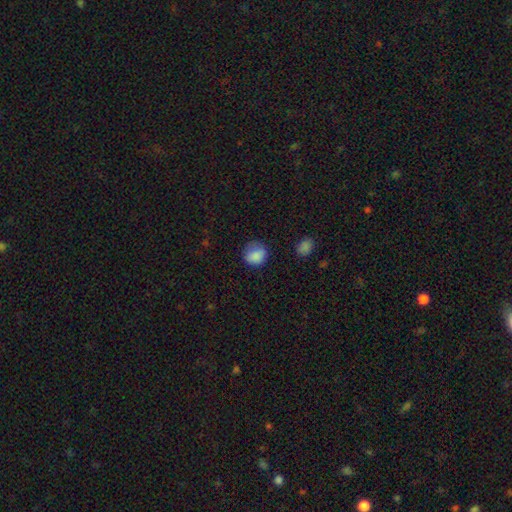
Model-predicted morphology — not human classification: A smooth galaxy with no disk features (85%) that is round (79%).

Vote fractions:
- Smooth or featured? smooth: 85% / star or artifact: 9% / featured or disk: 6%
- How rounded? round: 79% / in between: 20% / cigar-shaped: 1%
- Merging? none: 66% / minor disturbance: 25% / major disturbance: 8% / merger: 2%